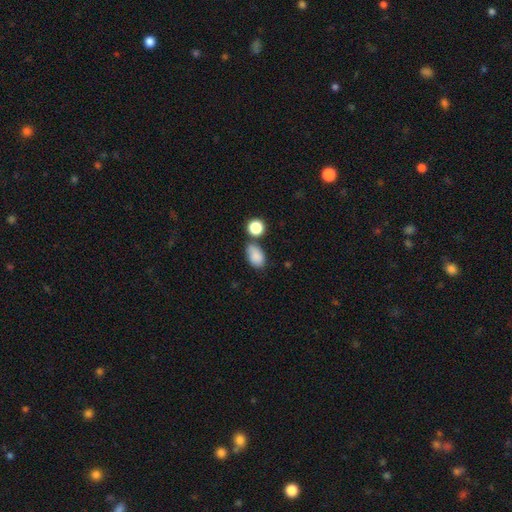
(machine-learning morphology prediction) A smooth galaxy with no disk features (85%) that is in between round and cigar-shaped (86%). Merging: none (55%).